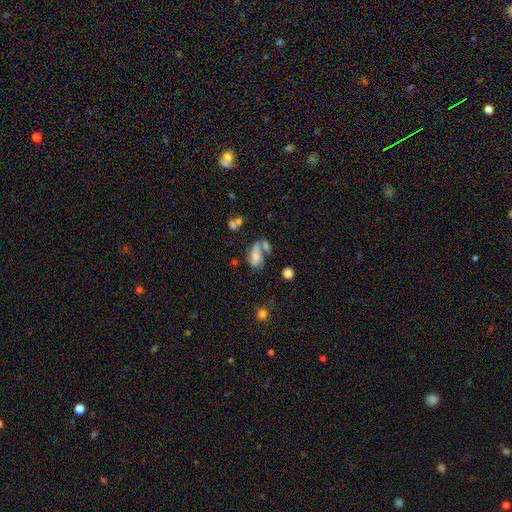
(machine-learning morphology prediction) A smooth galaxy with no disk features (50%).

Vote fractions:
- Smooth or featured? smooth: 50% / featured or disk: 39% / star or artifact: 12%
- Merging? merger: 35% / none: 31% / minor disturbance: 18% / major disturbance: 16%